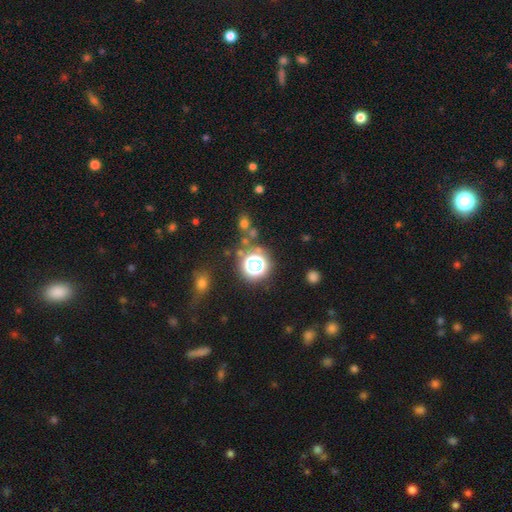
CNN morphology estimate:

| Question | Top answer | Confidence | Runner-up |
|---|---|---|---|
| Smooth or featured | star or artifact | 66% | smooth (27%) |